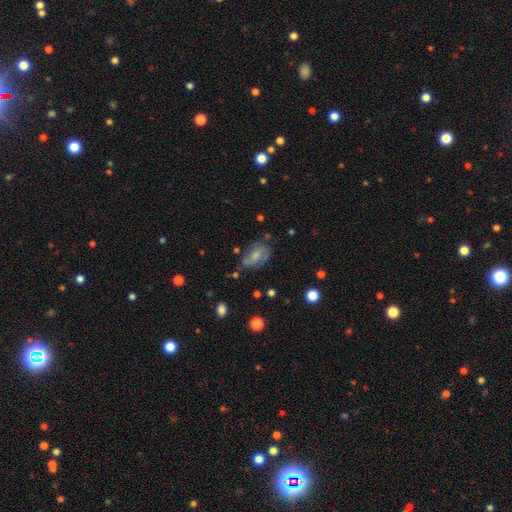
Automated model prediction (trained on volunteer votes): A smooth galaxy with no disk features (47%). Merging: none (58%).